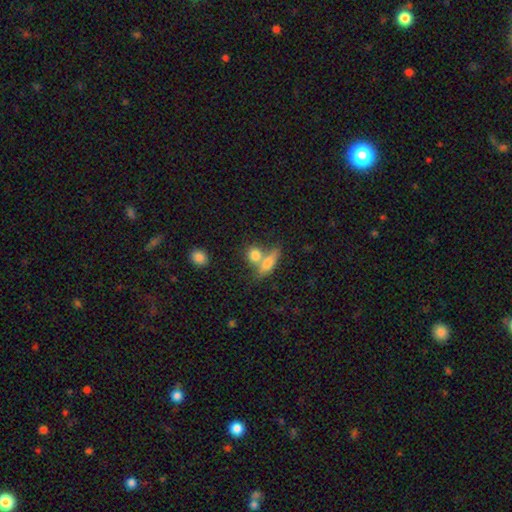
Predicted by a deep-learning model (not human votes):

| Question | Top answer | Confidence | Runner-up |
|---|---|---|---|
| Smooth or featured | smooth | 77% | featured or disk (15%) |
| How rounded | round | 53% | in between (38%) |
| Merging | merger | 50% | none (37%) |